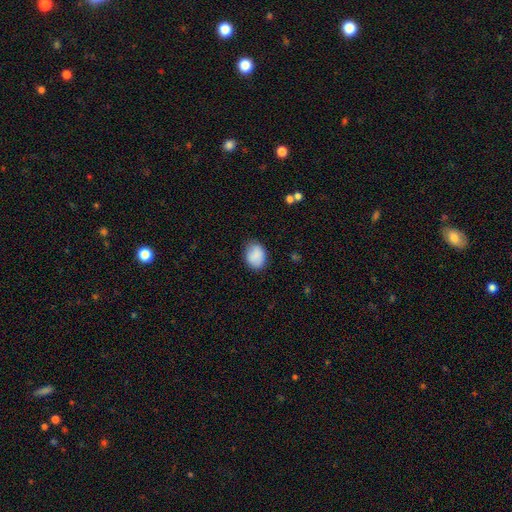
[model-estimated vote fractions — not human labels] Smooth or featured? smooth (88%)
How rounded? in between (63%)
Merging? none (78%)